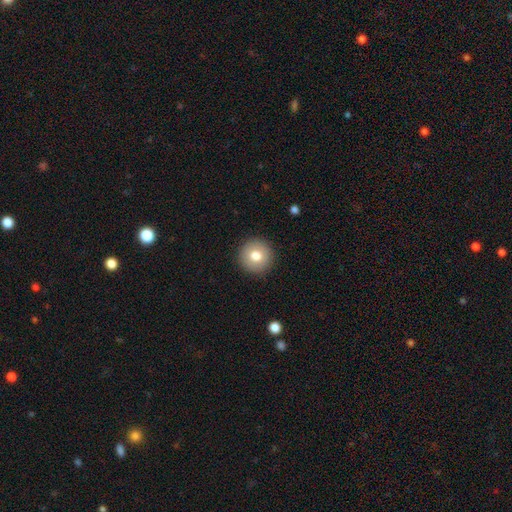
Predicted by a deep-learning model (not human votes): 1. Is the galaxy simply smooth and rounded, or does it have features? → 78% smooth, 13% featured or disk, 9% star or artifact.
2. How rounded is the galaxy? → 95% round, 4% in between, 1% cigar-shaped.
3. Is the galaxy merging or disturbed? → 92% none, 5% minor disturbance, 2% major disturbance, 1% merger.